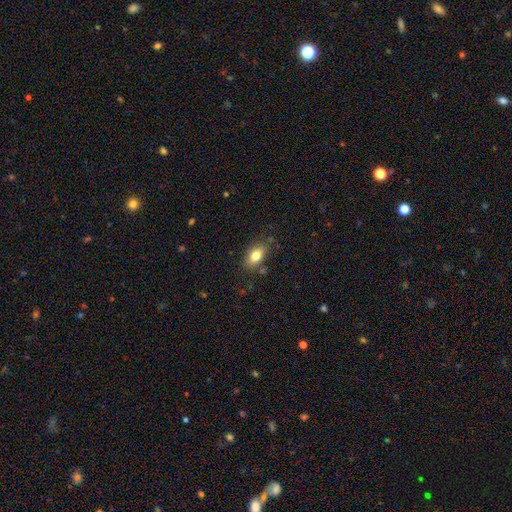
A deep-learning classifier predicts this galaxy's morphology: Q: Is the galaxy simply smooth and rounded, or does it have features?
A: smooth — 80%.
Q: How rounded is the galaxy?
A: in between — 88%.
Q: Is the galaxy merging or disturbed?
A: none — 79%.